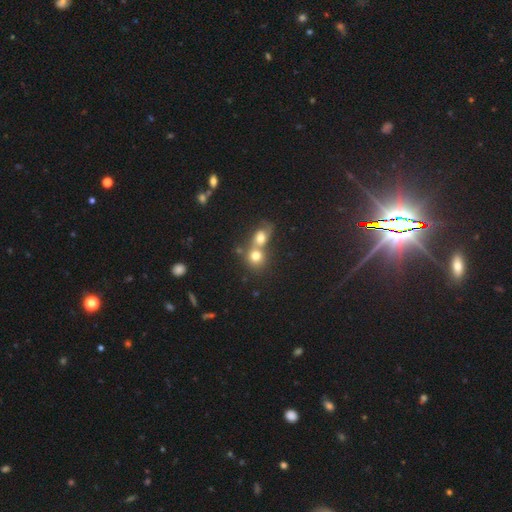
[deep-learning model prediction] Smooth or featured? Predicted: smooth (p=0.72). How rounded? Predicted: round (p=0.75). Merging? Predicted: merger (p=0.63).